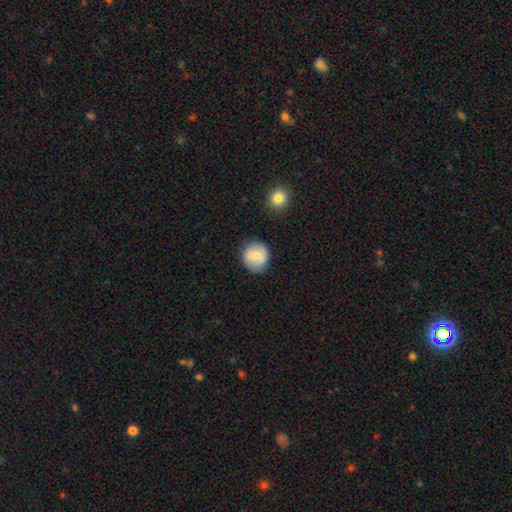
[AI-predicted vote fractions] This appears to be a smooth galaxy with no disk features (70%) that is round (88%). Merging: none (79%).